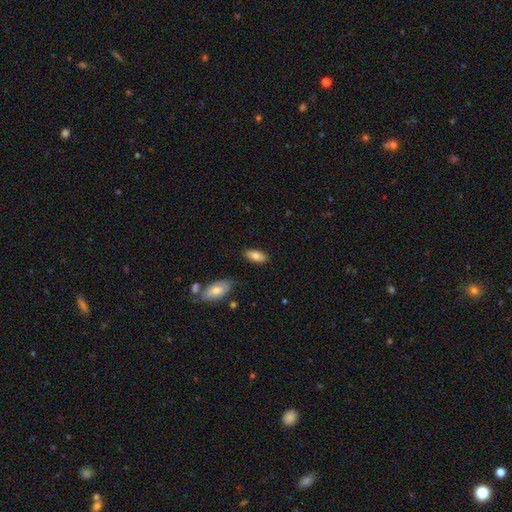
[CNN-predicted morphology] Smooth or featured: smooth — 80% (featured or disk — 13%)
How rounded: in between — 90% (cigar-shaped — 8%)
Merging: none — 83% (minor disturbance — 12%)